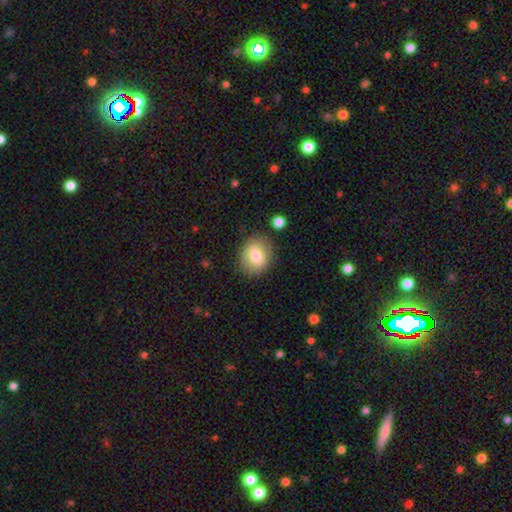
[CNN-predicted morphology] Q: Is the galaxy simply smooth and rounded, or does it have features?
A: smooth — 78%.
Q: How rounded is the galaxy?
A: round — 57%.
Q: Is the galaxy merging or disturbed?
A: none — 82%.